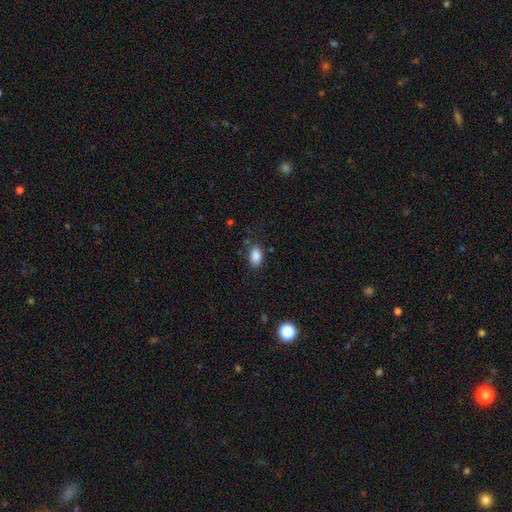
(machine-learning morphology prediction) Q: Smooth or featured?
A: smooth (87%); runner-up: star or artifact (9%)
Q: How rounded?
A: in between (86%); runner-up: round (13%)
Q: Merging?
A: none (80%); runner-up: minor disturbance (14%)